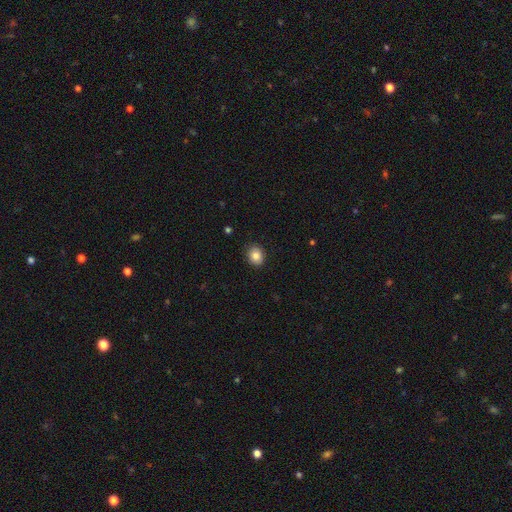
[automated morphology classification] Smooth or featured?
  - smooth: 85% *
  - star or artifact: 9%
  - featured or disk: 6%
How rounded?
  - round: 58% *
  - in between: 41%
  - cigar-shaped: 1%
Merging?
  - none: 87% *
  - minor disturbance: 10%
  - major disturbance: 2%
  - merger: 1%